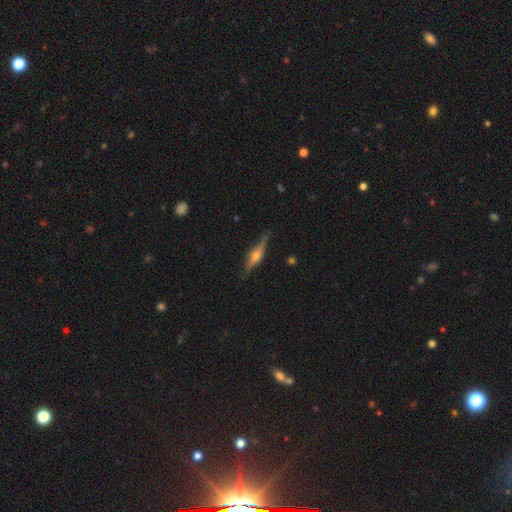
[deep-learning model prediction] A featured or disk galaxy (73%) viewed edge-on (96%) with a rounded central bulge (90%). Merging: none (84%).